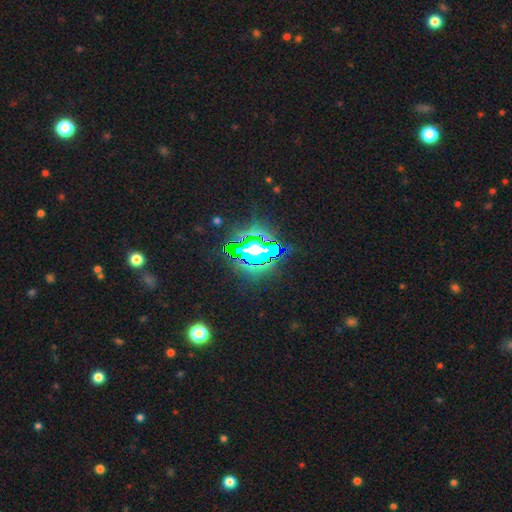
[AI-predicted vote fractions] Smooth or featured?
  - star or artifact: 81% *
  - smooth: 11%
  - featured or disk: 8%